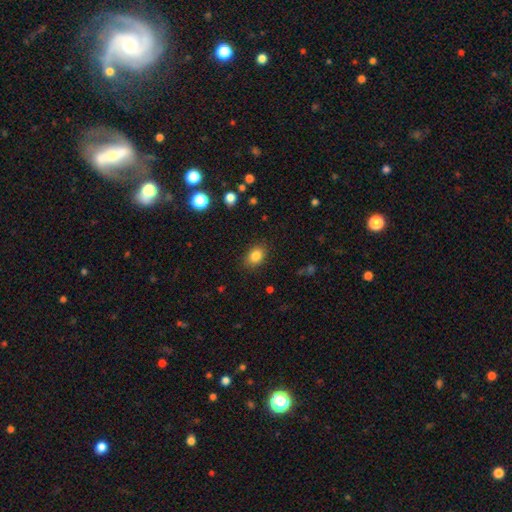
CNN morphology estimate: Overall: smooth (85%). How rounded: in between (67%; round 32%). Merging: none (86%).